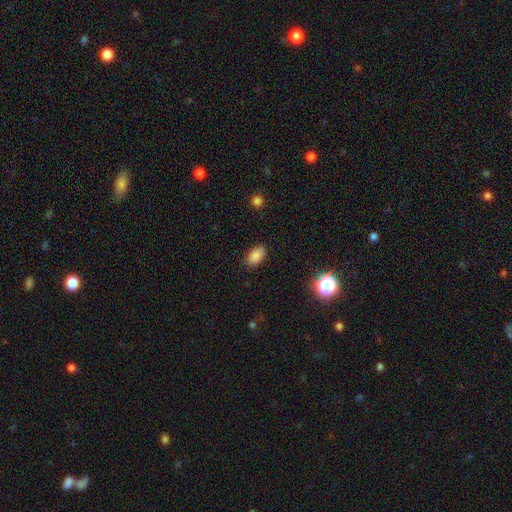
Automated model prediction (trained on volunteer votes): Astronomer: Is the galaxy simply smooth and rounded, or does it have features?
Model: smooth — 86%.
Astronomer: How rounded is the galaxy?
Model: in between — 92%.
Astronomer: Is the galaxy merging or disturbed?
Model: none — 86%.